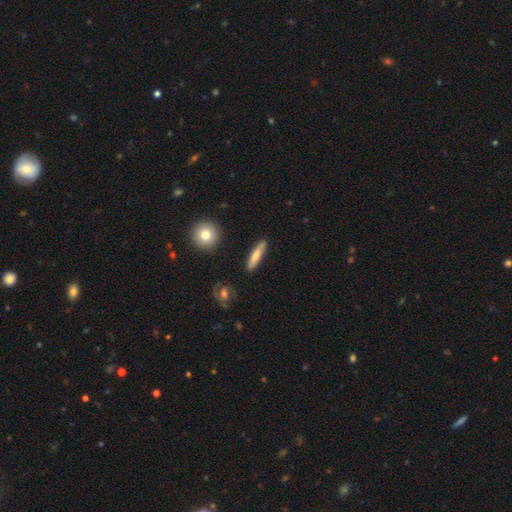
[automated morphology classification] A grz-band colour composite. It shows a smooth galaxy with no disk features (71%) that is cigar-shaped (84%). Merging: none (88%).